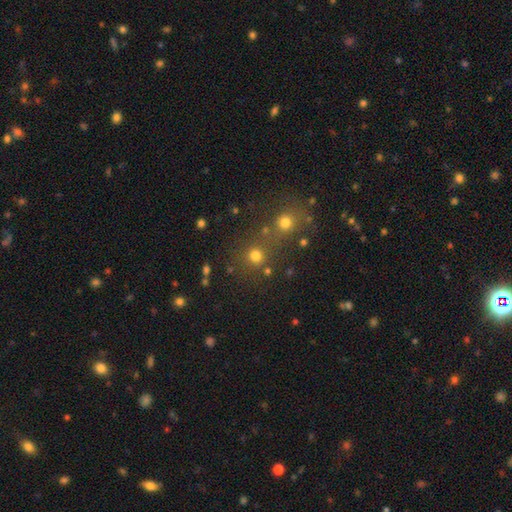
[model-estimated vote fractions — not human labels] This appears to be a smooth galaxy with no disk features (75%) that is round (91%). Merging: none (66%).